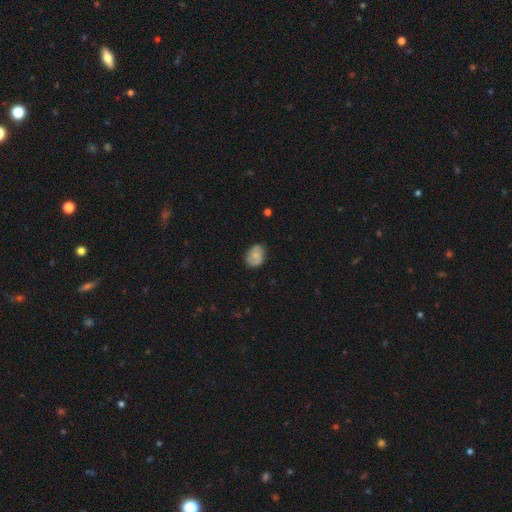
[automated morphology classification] Smooth or featured? Predicted: smooth (p=0.66). How rounded? Predicted: in between (p=0.70). Merging? Predicted: none (p=0.73).